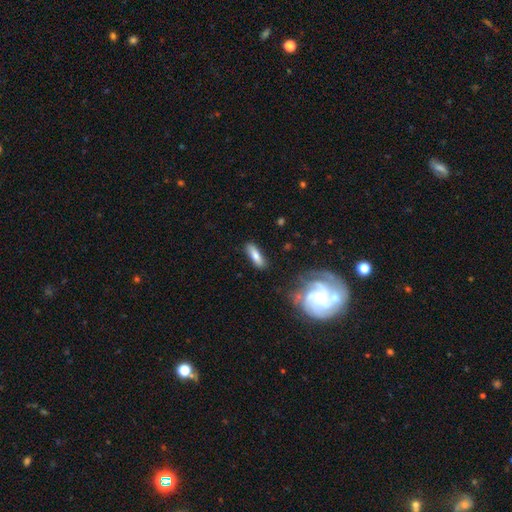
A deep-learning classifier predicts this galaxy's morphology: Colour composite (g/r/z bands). It shows a smooth galaxy with no disk features (72%) that is cigar-shaped (54%). Merging: none (83%).